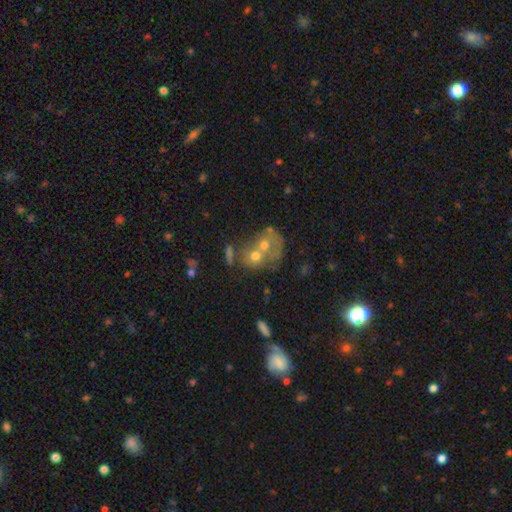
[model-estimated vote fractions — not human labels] This is possibly a smooth galaxy (48%). Merging: likely merger (63%).